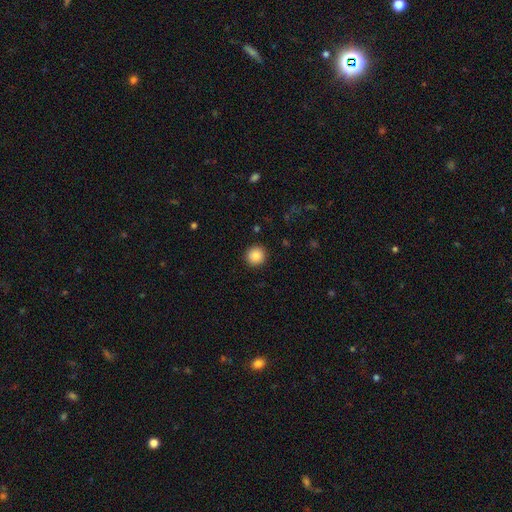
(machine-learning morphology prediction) Smooth or featured? Predicted: smooth (p=0.87). How rounded? Predicted: round (p=0.93). Merging? Predicted: none (p=0.92).